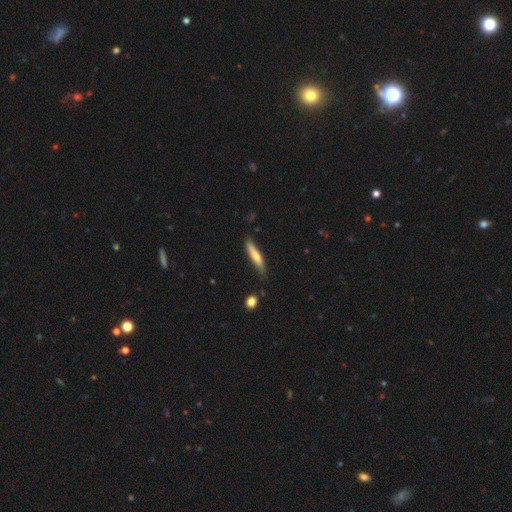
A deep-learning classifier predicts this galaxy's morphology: This appears to be a smooth galaxy with no disk features (64%) that is cigar-shaped (87%). Merging: none (75%).